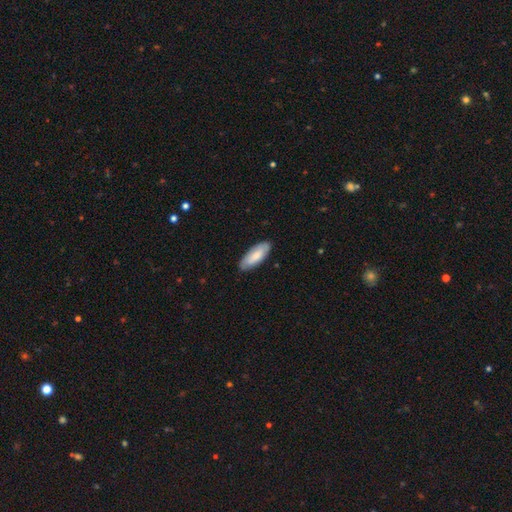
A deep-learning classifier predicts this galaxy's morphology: Smooth or featured? smooth (78%)
How rounded? in between (77%)
Merging? none (86%)